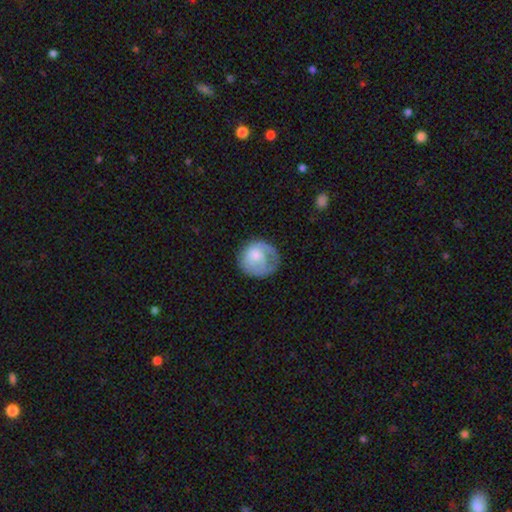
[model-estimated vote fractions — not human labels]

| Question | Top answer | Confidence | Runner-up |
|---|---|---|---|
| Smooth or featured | smooth | 58% | featured or disk (36%) |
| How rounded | round | 82% | in between (17%) |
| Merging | none | 52% | minor disturbance (25%) |